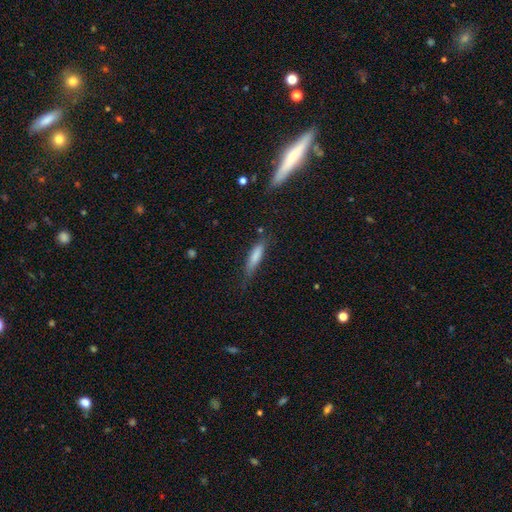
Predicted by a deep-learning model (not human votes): smooth 78%, featured or disk 16%, star or artifact 6%. Down the decision tree: how rounded — cigar-shaped (74%); merging — none (68%).